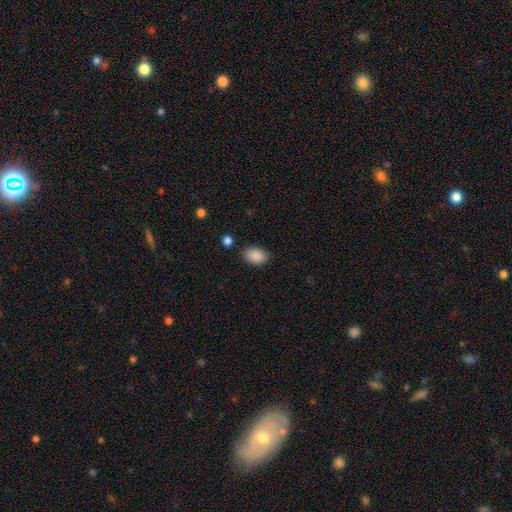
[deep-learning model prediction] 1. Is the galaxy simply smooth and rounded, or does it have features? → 89% smooth, 7% star or artifact, 4% featured or disk.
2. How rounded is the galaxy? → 86% in between, 13% round, 1% cigar-shaped.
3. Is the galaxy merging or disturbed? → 85% none, 10% minor disturbance, 3% major disturbance, 2% merger.